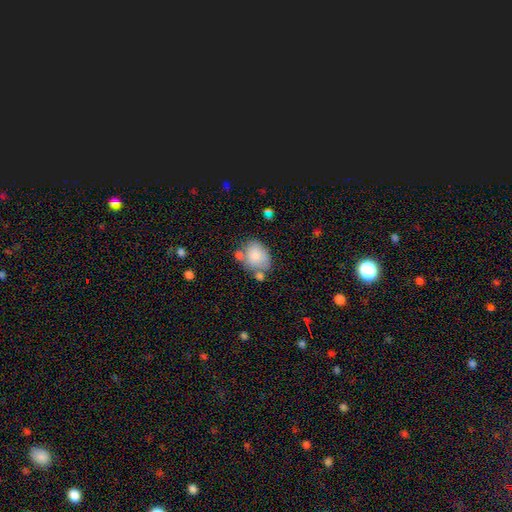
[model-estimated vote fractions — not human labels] Overall: smooth (81%). How rounded: in between (63%; round 36%). Merging: none (55%; minor disturbance 21%).